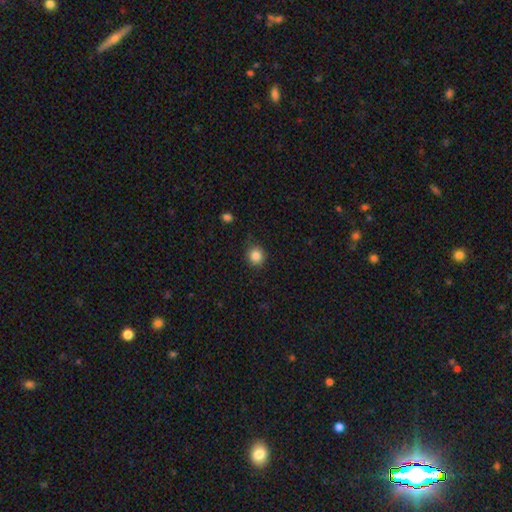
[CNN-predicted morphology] This appears to be a smooth galaxy with no disk features (85%) that is round (88%). Merging: none (83%).